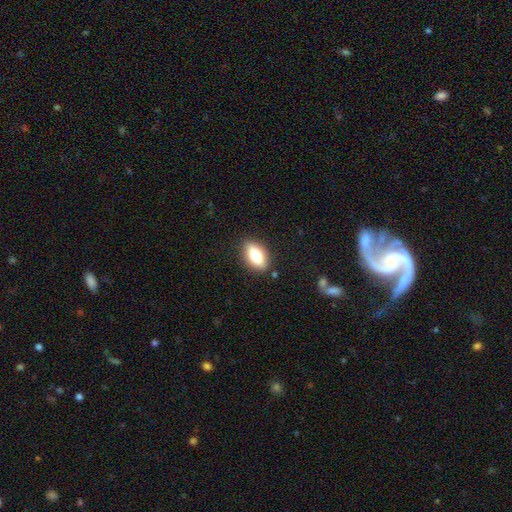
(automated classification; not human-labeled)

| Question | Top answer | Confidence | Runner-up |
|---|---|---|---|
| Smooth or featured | smooth | 76% | featured or disk (17%) |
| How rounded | in between | 84% | cigar-shaped (11%) |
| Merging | none | 85% | minor disturbance (10%) |